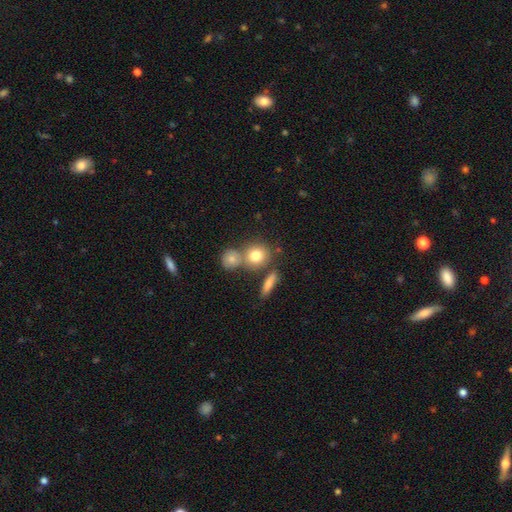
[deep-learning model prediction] Smooth or featured? smooth (79%)
How rounded? round (76%)
Merging? none (56%)